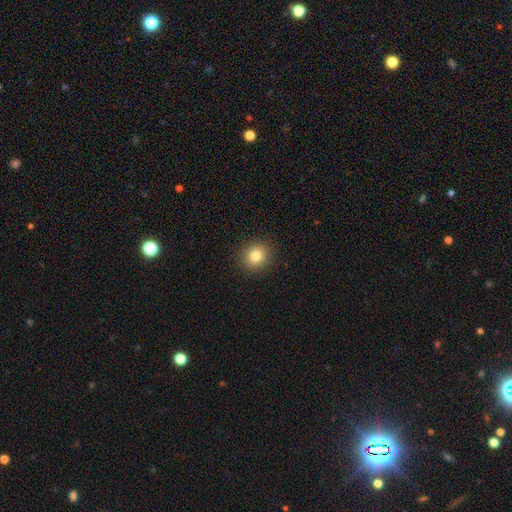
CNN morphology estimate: smooth_or_featured: smooth (p=0.82) [alt: star or artifact p=0.11]
how_rounded: round (p=0.84) [alt: in between p=0.15]
merging: none (p=0.91) [alt: minor disturbance p=0.06]